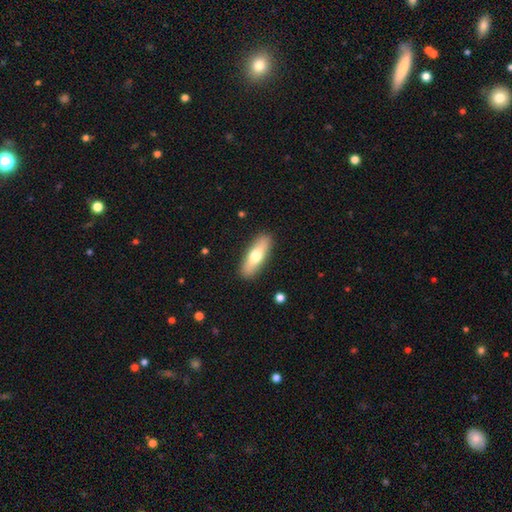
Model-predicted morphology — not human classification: A smooth galaxy with no disk features (64%) that is in between round and cigar-shaped (50%).

Vote fractions:
- Smooth or featured? smooth: 64% / featured or disk: 31% / star or artifact: 6%
- How rounded? in between: 50% / cigar-shaped: 48% / round: 3%
- Merging? none: 89% / minor disturbance: 8% / major disturbance: 2% / merger: 1%